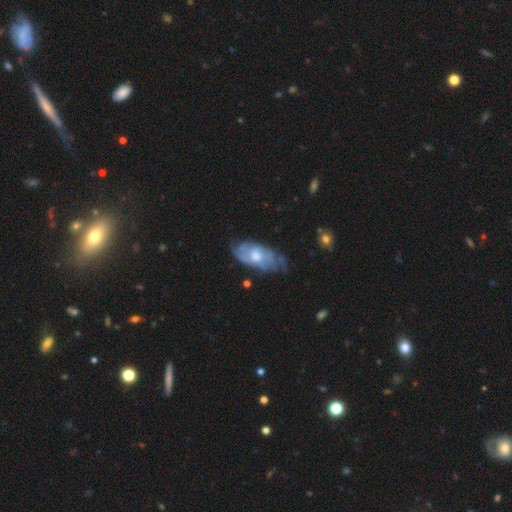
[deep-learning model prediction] Smooth or featured: featured or disk — 70% (smooth — 24%)
Edge-on disk: no — 91% (yes — 9%)
Bar: no — 66% (weak — 30%)
Spiral arms: yes — 79% (no — 21%)
Spiral winding: tight — 47% (medium — 36%)
Spiral arm count: can't tell — 51% (2 — 28%)
Bulge size: moderate — 69% (small — 20%)
Merging: none — 55% (minor disturbance — 30%)